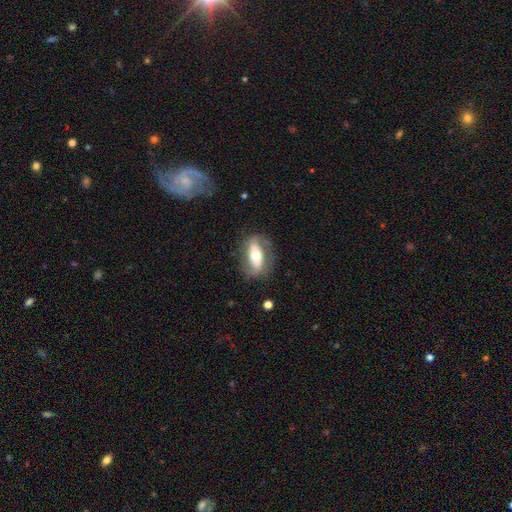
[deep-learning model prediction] The model was most divided on "smooth or featured": featured or disk: 51%, smooth: 43%, star or artifact: 6%. More confident: edge-on disk — no (79%); merging — none (73%).